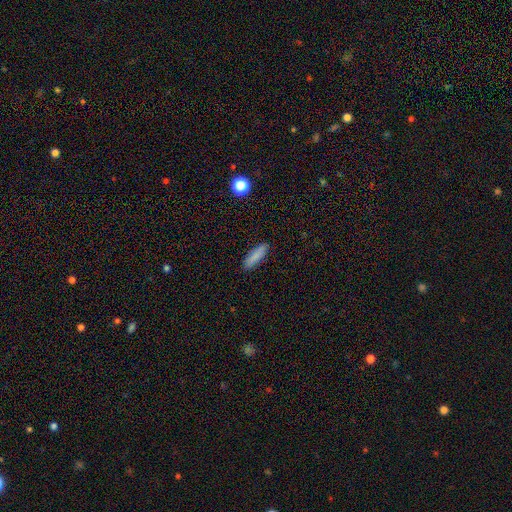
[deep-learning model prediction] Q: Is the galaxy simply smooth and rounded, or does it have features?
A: smooth — 84%.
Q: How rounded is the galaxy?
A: cigar-shaped — 57%.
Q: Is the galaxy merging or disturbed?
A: none — 87%.